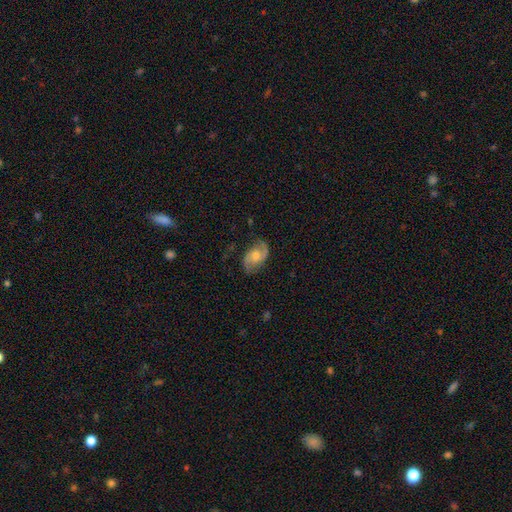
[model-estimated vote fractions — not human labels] Morphology: type=featured or disk (79%); edge-on=no (97%); bar=no (61%); spiral arms=yes (95%); winding=medium (50%); arm count=2 (90%); bulge=moderate (61%); merging=none (80%).